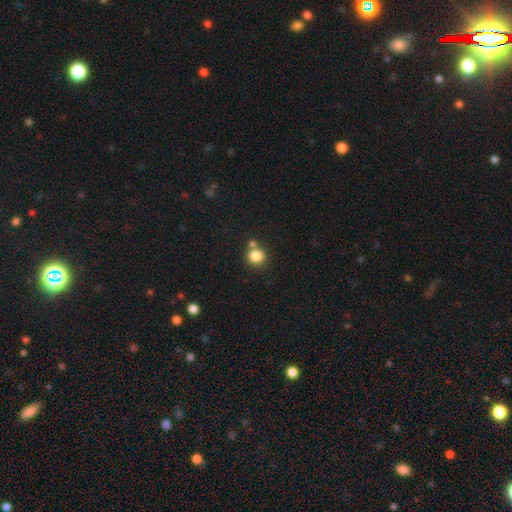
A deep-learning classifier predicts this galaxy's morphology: A smooth galaxy with no disk features (84%) that is round (86%).

Vote fractions:
- Smooth or featured? smooth: 84% / star or artifact: 11% / featured or disk: 5%
- How rounded? round: 86% / in between: 13% / cigar-shaped: 1%
- Merging? none: 64% / merger: 23% / minor disturbance: 9% / major disturbance: 3%